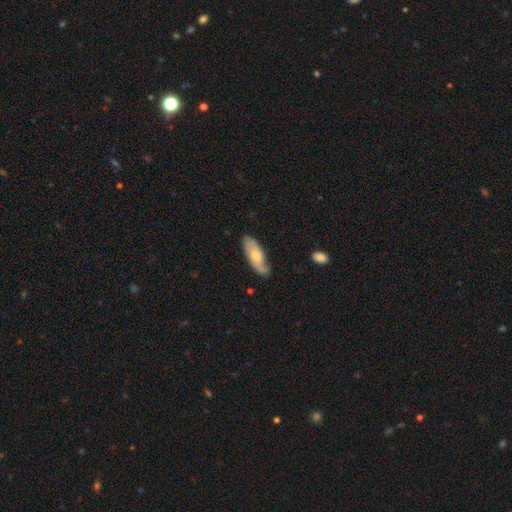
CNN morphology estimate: A smooth galaxy with no disk features (52%) that is in between round and cigar-shaped (73%). Merging: none (64%).